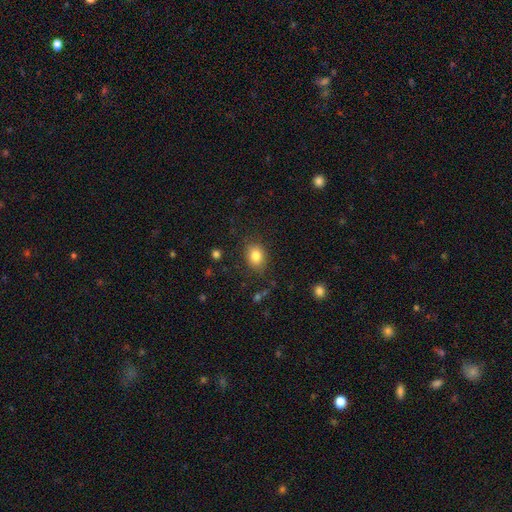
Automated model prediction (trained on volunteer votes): This appears to be a smooth galaxy with no disk features (82%) that is in between round and cigar-shaped (57%). Merging: none (84%).